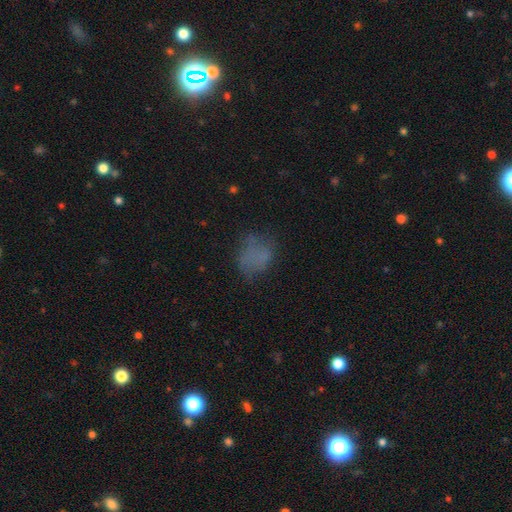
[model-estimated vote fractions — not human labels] A smooth galaxy with no disk features (61%) that is in between round and cigar-shaped (58%).

Vote fractions:
- Smooth or featured? smooth: 61% / featured or disk: 20% / star or artifact: 18%
- How rounded? in between: 58% / round: 41% / cigar-shaped: 2%
- Merging? none: 52% / minor disturbance: 25% / major disturbance: 20% / merger: 3%